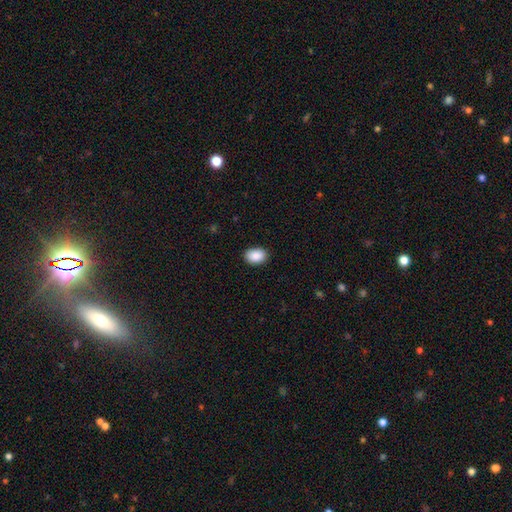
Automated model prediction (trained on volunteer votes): The model was most divided on "how rounded": in between: 83%, round: 16%, cigar-shaped: 1%. More confident: smooth or featured — smooth (90%); merging — none (89%).